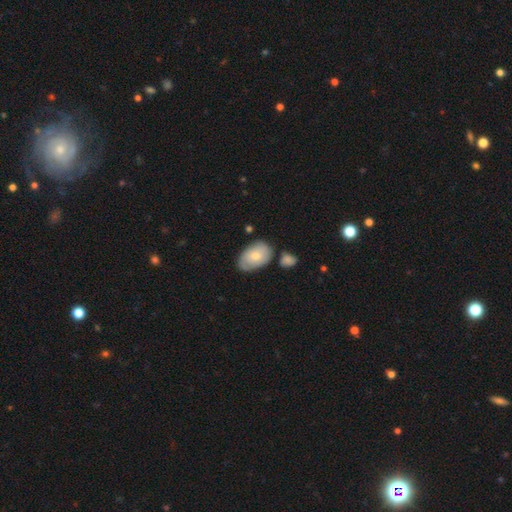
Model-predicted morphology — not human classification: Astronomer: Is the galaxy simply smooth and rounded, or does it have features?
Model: smooth — 68%.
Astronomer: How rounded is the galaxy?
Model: in between — 90%.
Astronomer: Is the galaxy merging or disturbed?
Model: none — 63%.